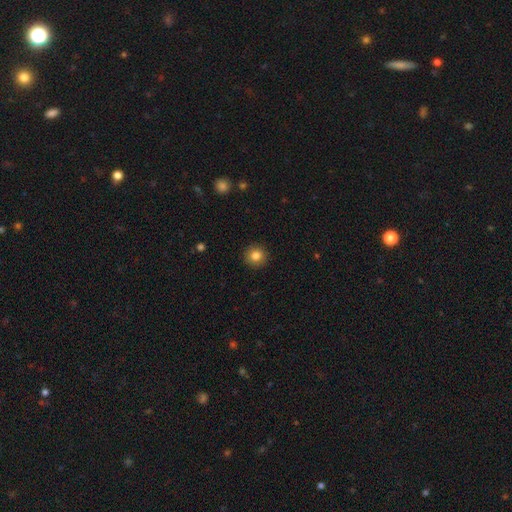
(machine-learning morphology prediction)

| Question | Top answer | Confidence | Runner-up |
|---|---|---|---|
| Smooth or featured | smooth | 83% | star or artifact (10%) |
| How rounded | round | 93% | in between (6%) |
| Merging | none | 92% | minor disturbance (5%) |